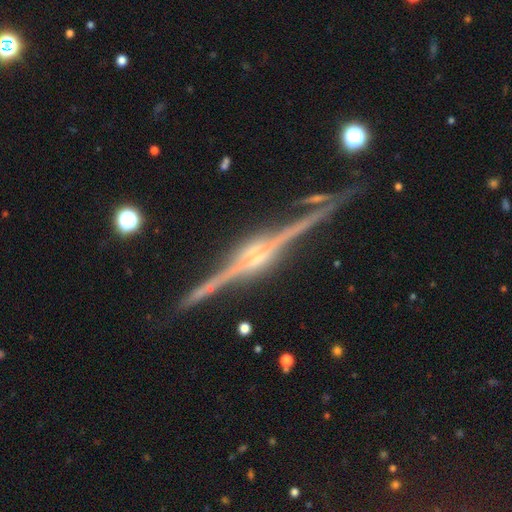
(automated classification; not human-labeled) Overall: featured or disk (91%). Edge-on disk: yes (98%). Edge-on bulge: rounded (73%). Merging: none (88%).